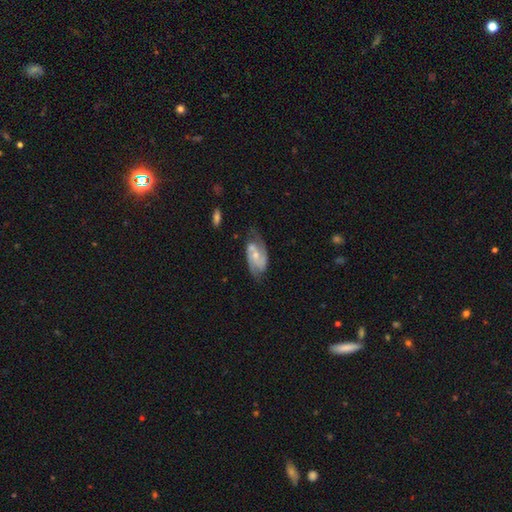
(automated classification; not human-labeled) smooth-or-featured: featured or disk: 80% | smooth: 14% | star or artifact: 6%
  disk-edge-on: no: 96% | yes: 4%
    bar: no: 48% | weak: 42% | strong: 11%
    has-spiral-arms: yes: 94% | no: 6%
      spiral-winding: medium: 50% | tight: 31% | loose: 20%
      spiral-arm-count: 2: 84% | can't tell: 8% | 3: 4% | 1: 3% | 4: 1% | more than 4: 1%
    bulge-size: small: 50% | moderate: 40% | none: 6% | large: 2% | dominant: 1%
  merging: none: 61% | minor disturbance: 23% | major disturbance: 9% | merger: 7%